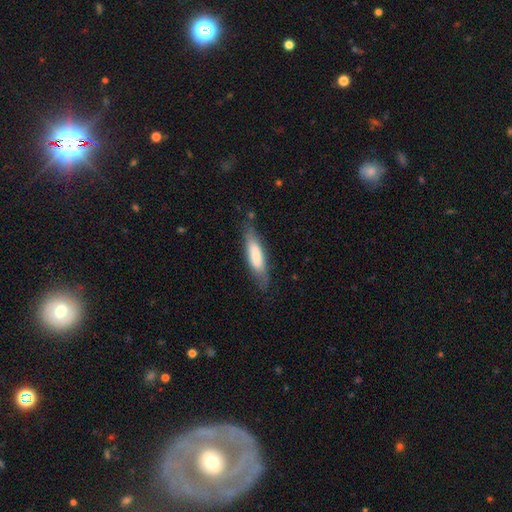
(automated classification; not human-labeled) Smooth or featured: smooth — 72% (featured or disk — 23%)
How rounded: cigar-shaped — 64% (in between — 35%)
Merging: none — 74% (minor disturbance — 19%)